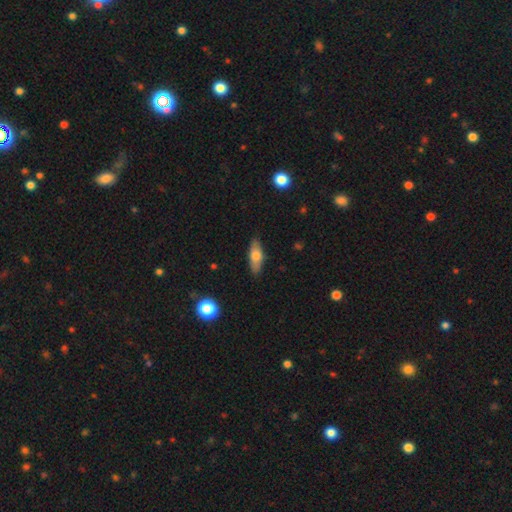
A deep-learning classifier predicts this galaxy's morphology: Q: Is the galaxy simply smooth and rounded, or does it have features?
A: smooth — 67%.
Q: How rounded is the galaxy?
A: in between — 69%.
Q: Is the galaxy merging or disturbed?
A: none — 85%.